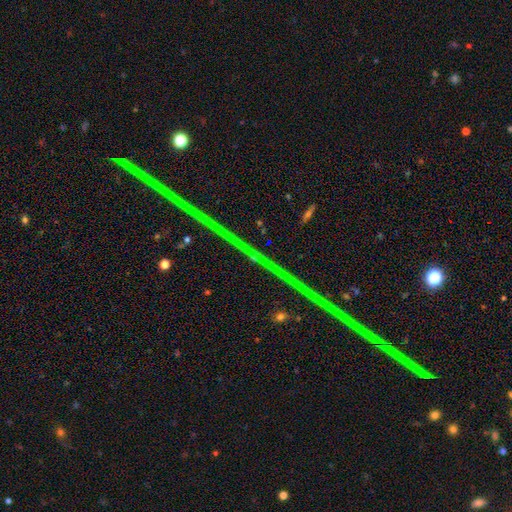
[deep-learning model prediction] A star or artifact, not a galaxy (88%).